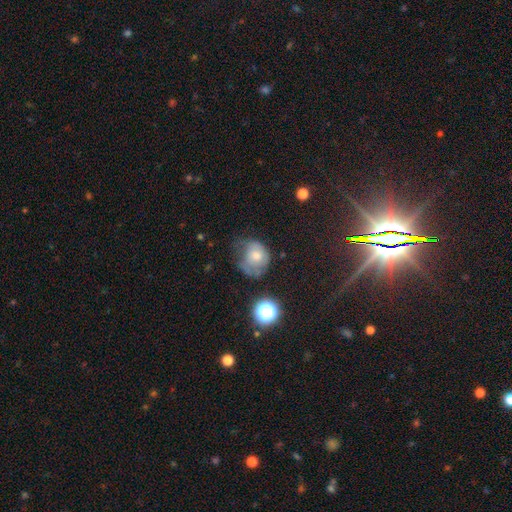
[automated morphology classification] Smooth or featured: smooth — 58% (featured or disk — 30%)
How rounded: round — 67% (in between — 32%)
Merging: minor disturbance — 34% (none — 32%)